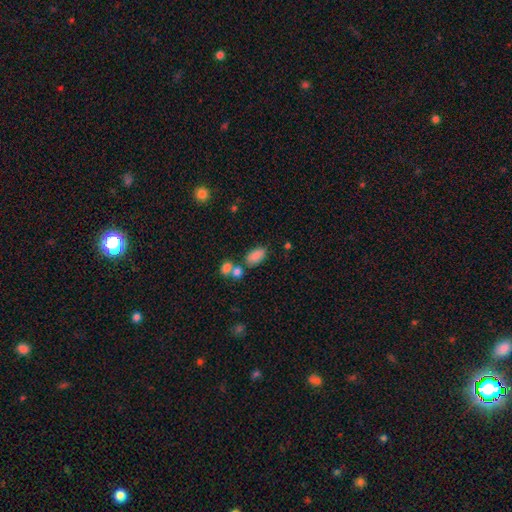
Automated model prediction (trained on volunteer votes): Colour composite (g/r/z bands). It shows a smooth galaxy with no disk features (85%) that is in between round and cigar-shaped (92%). Merging: none (61%).